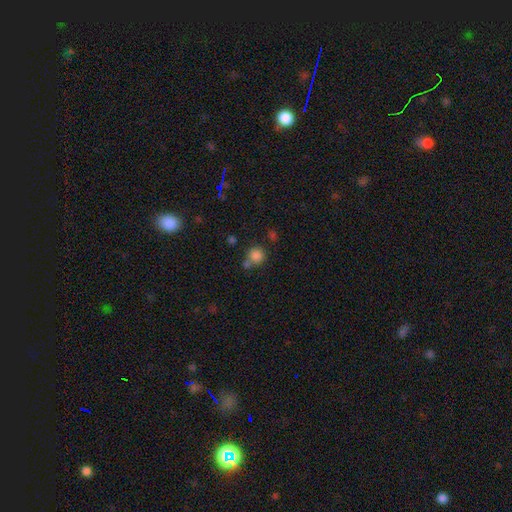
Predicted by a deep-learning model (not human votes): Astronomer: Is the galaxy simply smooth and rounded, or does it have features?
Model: smooth — 82%.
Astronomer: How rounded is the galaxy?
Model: round — 90%.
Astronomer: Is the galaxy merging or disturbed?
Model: none — 60%.